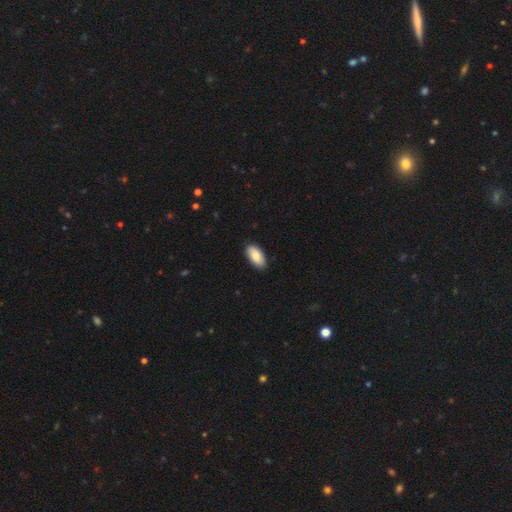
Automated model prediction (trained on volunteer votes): Smooth or featured? Predicted: smooth (p=0.87). How rounded? Predicted: in between (p=0.94). Merging? Predicted: none (p=0.88).